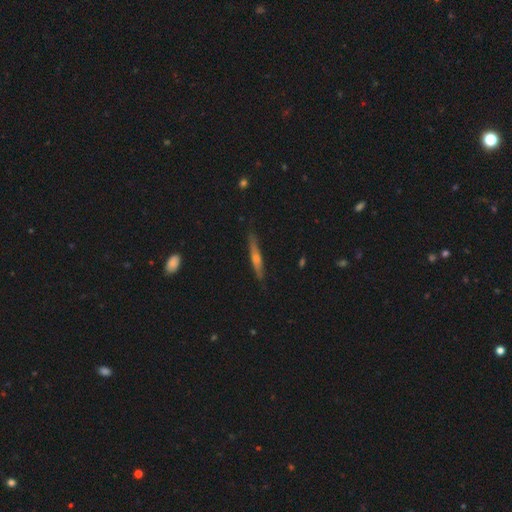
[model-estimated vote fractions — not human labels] Morphology: type=featured or disk (60%); edge-on=yes (96%); edge-on bulge=rounded (67%); merging=none (87%).